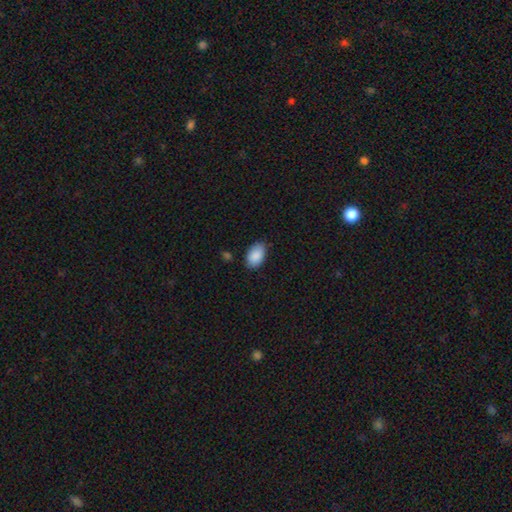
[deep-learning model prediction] Smooth or featured: smooth — 89% (star or artifact — 7%)
How rounded: in between — 92% (round — 7%)
Merging: none — 75% (minor disturbance — 20%)